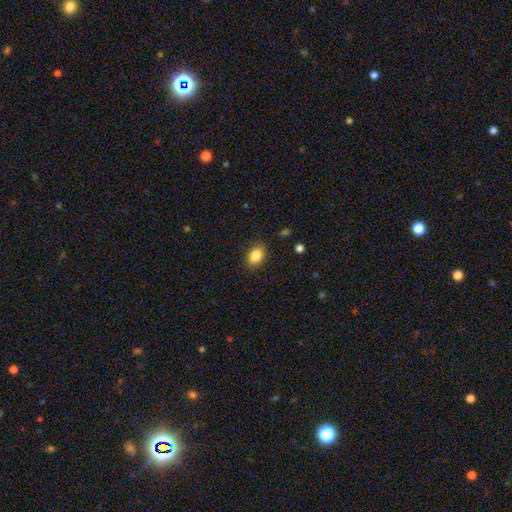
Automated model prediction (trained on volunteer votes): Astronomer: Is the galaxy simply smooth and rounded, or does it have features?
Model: smooth — 86%.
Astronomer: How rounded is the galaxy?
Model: in between — 74%.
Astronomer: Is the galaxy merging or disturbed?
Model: none — 85%.